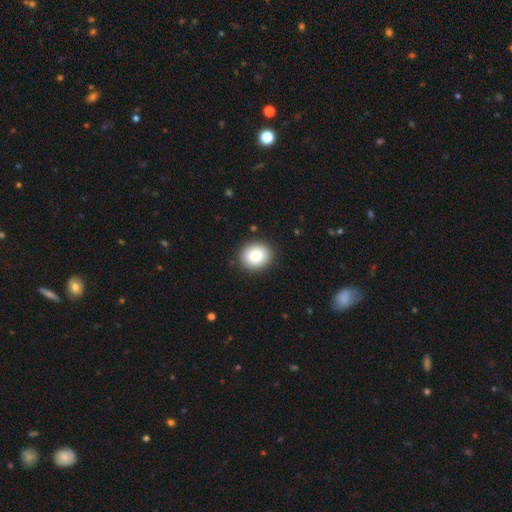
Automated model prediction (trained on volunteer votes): Q: Smooth or featured?
A: smooth (83%); runner-up: star or artifact (8%)
Q: How rounded?
A: round (74%); runner-up: in between (25%)
Q: Merging?
A: none (90%); runner-up: minor disturbance (7%)